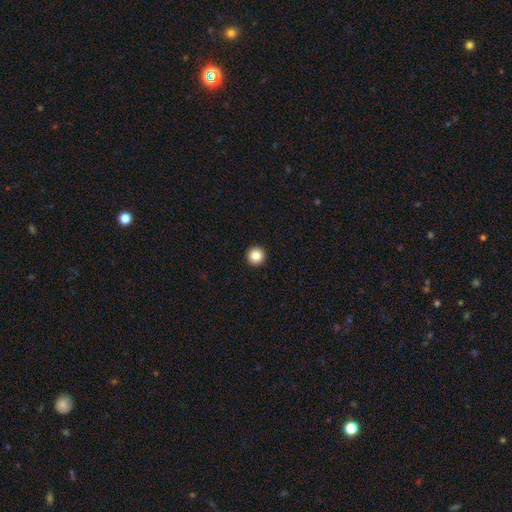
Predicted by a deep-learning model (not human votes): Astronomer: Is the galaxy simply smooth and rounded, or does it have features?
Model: smooth — 85%.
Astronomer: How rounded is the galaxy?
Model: round — 96%.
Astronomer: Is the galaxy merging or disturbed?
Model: none — 94%.